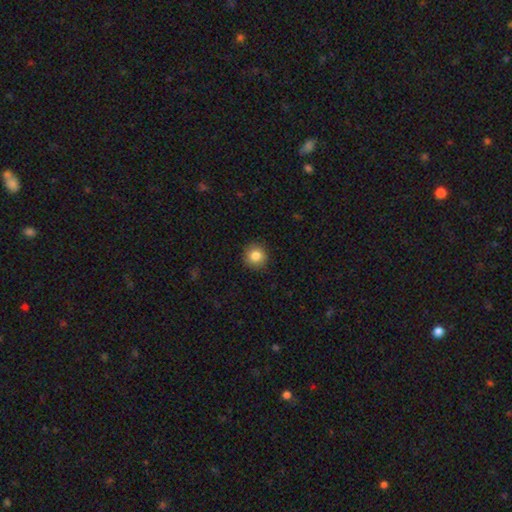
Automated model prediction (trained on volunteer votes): smooth-or-featured: smooth: 85% | star or artifact: 10% | featured or disk: 6%
  how-rounded: round: 92% | in between: 7% | cigar-shaped: 1%
  merging: none: 92% | minor disturbance: 6% | major disturbance: 2% | merger: 1%